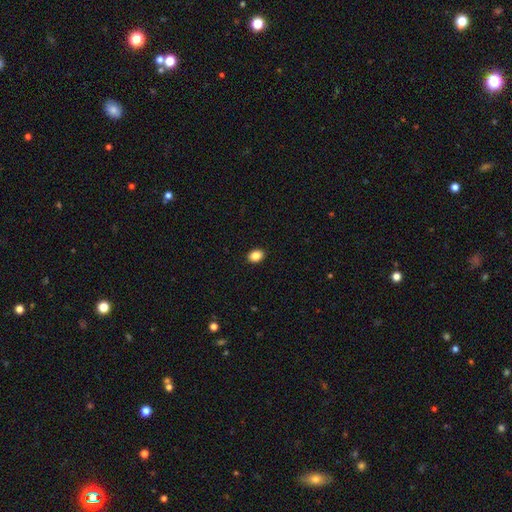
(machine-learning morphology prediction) A smooth galaxy with no disk features (87%) that is in between round and cigar-shaped (68%).

Vote fractions:
- Smooth or featured? smooth: 87% / star or artifact: 9% / featured or disk: 4%
- How rounded? in between: 68% / round: 31% / cigar-shaped: 1%
- Merging? none: 91% / minor disturbance: 6% / major disturbance: 2% / merger: 1%